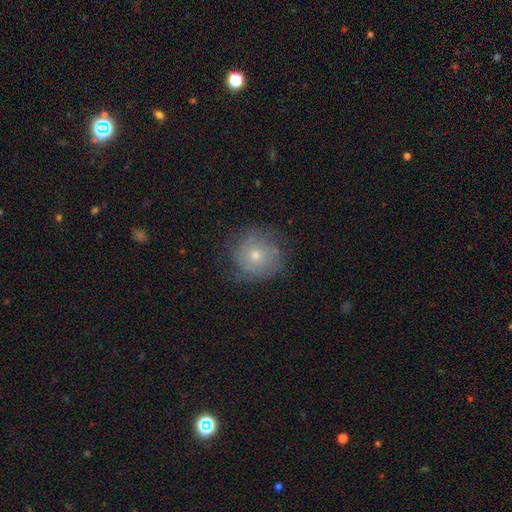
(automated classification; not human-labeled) Q: Smooth or featured?
A: smooth (46%); runner-up: featured or disk (44%)
Q: Merging?
A: none (71%); runner-up: minor disturbance (19%)